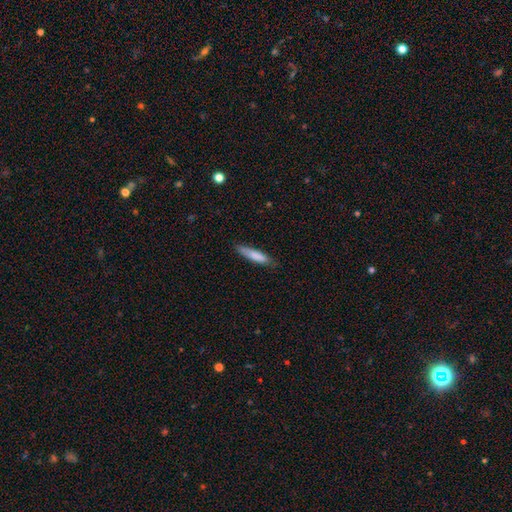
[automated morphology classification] A smooth galaxy with no disk features (82%) that is cigar-shaped (81%).

Vote fractions:
- Smooth or featured? smooth: 82% / featured or disk: 12% / star or artifact: 6%
- How rounded? cigar-shaped: 81% / in between: 18% / round: 1%
- Merging? none: 78% / minor disturbance: 18% / major disturbance: 3% / merger: 1%